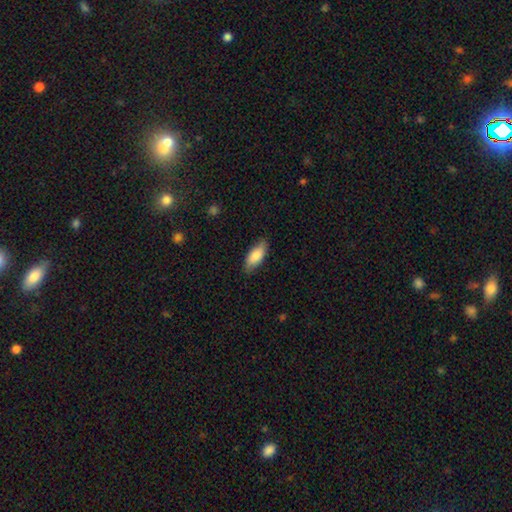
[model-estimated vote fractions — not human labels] A smooth galaxy with no disk features (82%) that is in between round and cigar-shaped (81%). Merging: none (81%).